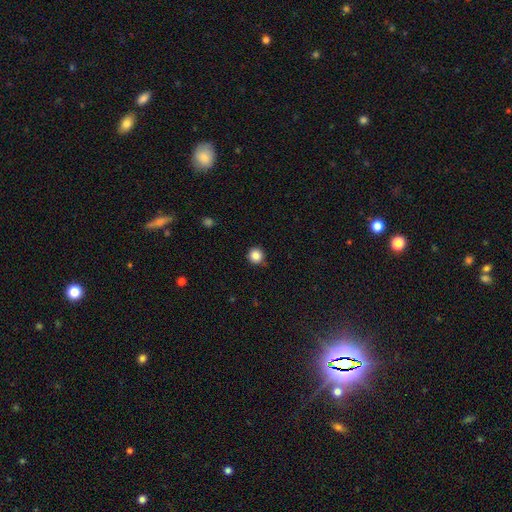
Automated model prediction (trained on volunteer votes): Smooth or featured? smooth (85%)
How rounded? round (94%)
Merging? none (89%)